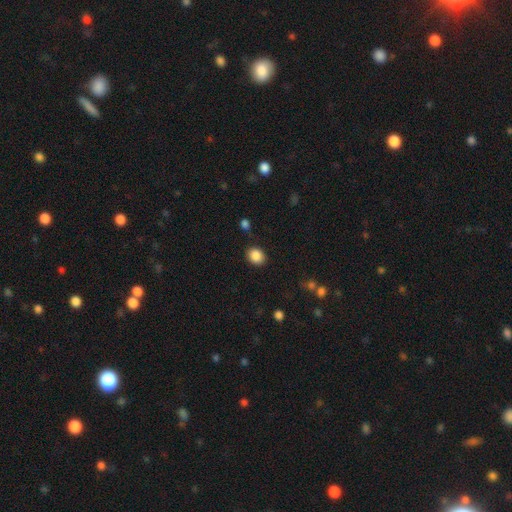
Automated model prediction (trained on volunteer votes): smooth_or_featured: smooth (p=0.87) [alt: star or artifact p=0.09]
how_rounded: round (p=0.56) [alt: in between p=0.43]
merging: none (p=0.84) [alt: minor disturbance p=0.11]